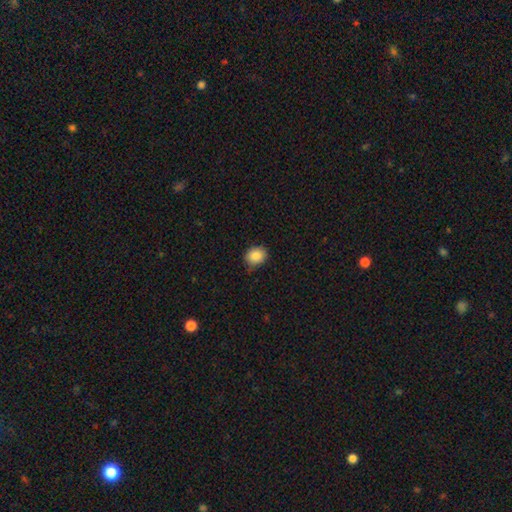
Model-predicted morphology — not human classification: Q: Smooth or featured?
A: smooth (86%); runner-up: star or artifact (9%)
Q: How rounded?
A: round (64%); runner-up: in between (35%)
Q: Merging?
A: none (75%); runner-up: minor disturbance (20%)